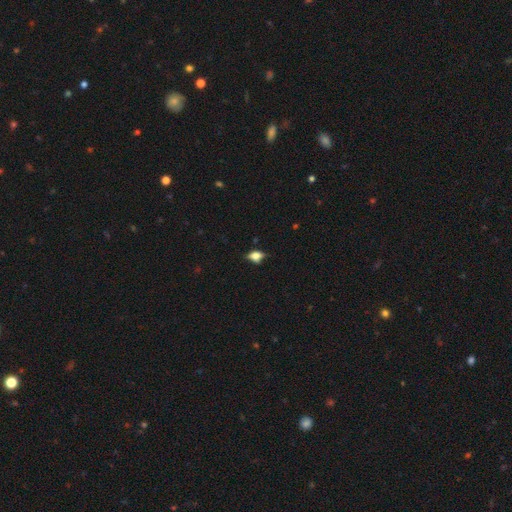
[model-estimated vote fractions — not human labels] smooth-or-featured: smooth: 56% | featured or disk: 32% | star or artifact: 12%
  how-rounded: in between: 73% | round: 19% | cigar-shaped: 8%
  merging: none: 70% | minor disturbance: 22% | major disturbance: 6% | merger: 2%